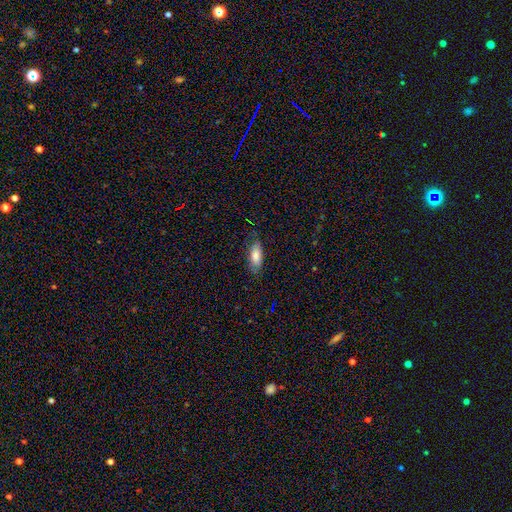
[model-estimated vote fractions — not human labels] This is likely a smooth galaxy (79%). How rounded: likely in between (80%). Merging: likely none (71%).